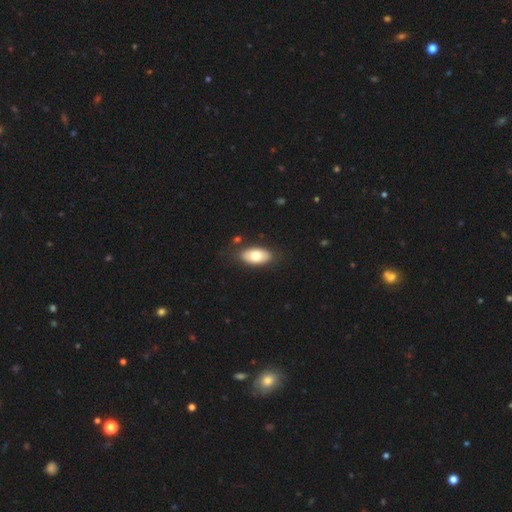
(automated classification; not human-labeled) This is likely a smooth galaxy (72%). How rounded: clearly in between (93%). Merging: clearly none (83%).